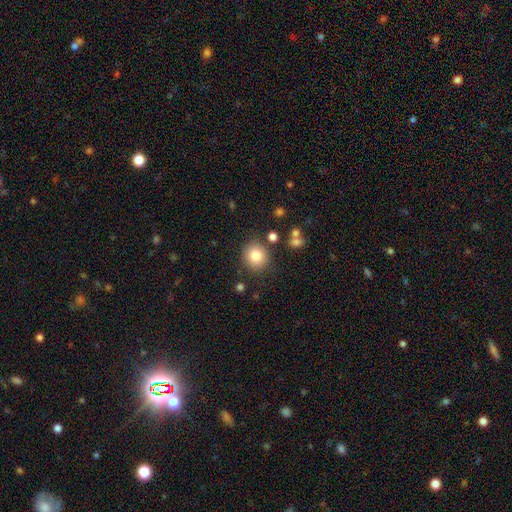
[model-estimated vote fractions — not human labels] Overall: smooth (82%). How rounded: round (88%). Merging: none (85%).